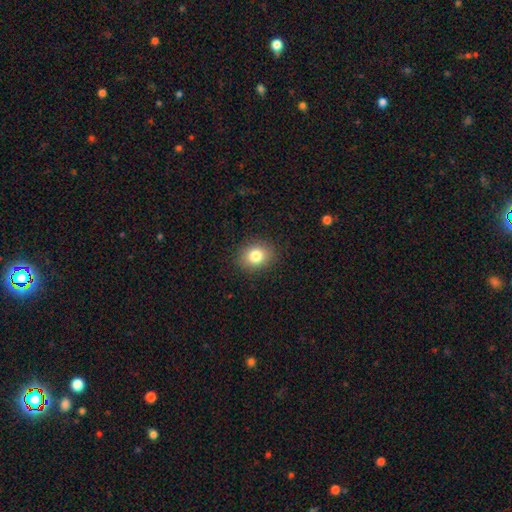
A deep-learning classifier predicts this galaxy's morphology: This appears to be a smooth galaxy with no disk features (82%) that is round (54%). Merging: none (88%).